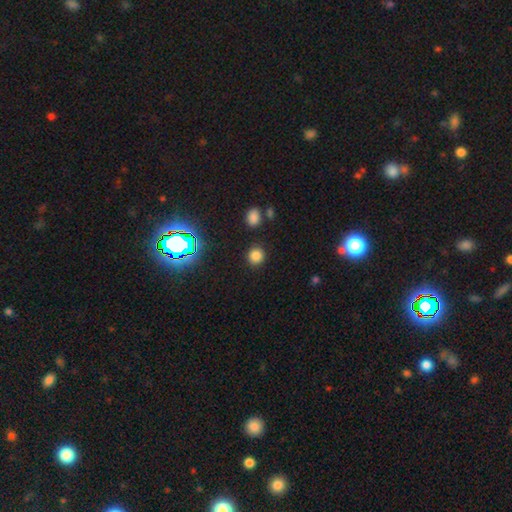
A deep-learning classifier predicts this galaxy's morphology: A smooth galaxy with no disk features (77%) that is round (88%).

Vote fractions:
- Smooth or featured? smooth: 77% / star or artifact: 18% / featured or disk: 5%
- How rounded? round: 88% / in between: 11% / cigar-shaped: 1%
- Merging? none: 87% / minor disturbance: 7% / major disturbance: 3% / merger: 3%